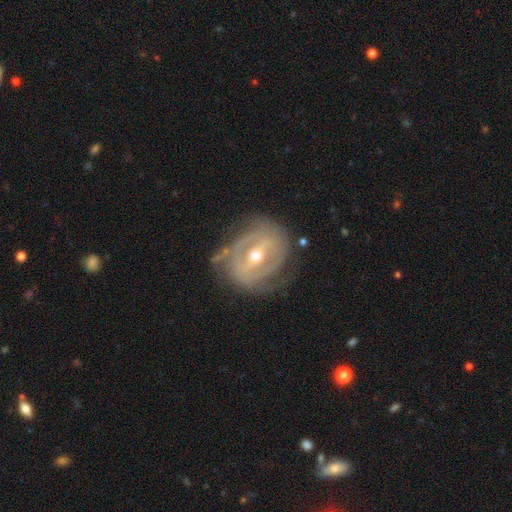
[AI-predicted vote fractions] featured or disk 83%, smooth 11%, star or artifact 5%. Down the decision tree: edge-on disk — no (95%); bar — strong (51%); spiral arms — yes (73%); spiral arm count — 2 (52%); spiral winding — tight (56%); bulge size — moderate (57%); merging — none (65%).